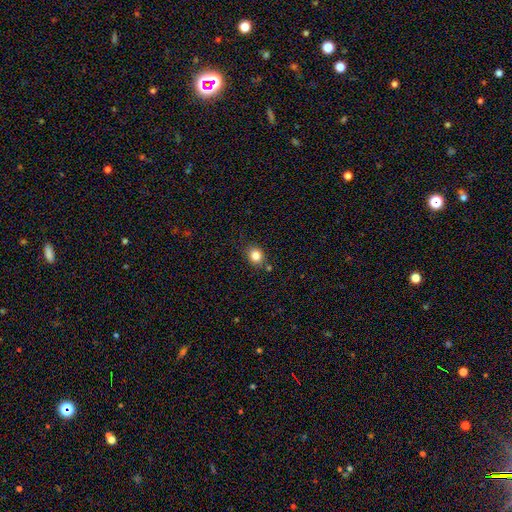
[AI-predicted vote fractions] Smooth or featured: smooth — 83% (star or artifact — 11%)
How rounded: round — 71% (in between — 28%)
Merging: none — 80% (minor disturbance — 12%)